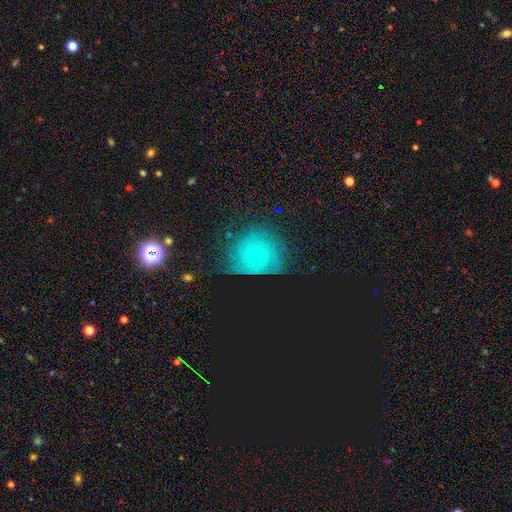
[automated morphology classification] Smooth or featured? featured or disk (44%)
Merging? none (67%)